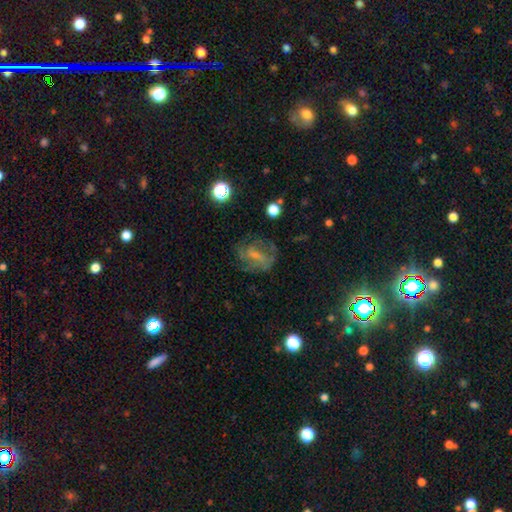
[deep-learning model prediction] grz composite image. It shows a featured or disk galaxy (55%) with a weak bar (43%), spiral arms (62%) and a small central bulge (41%). Merging: none (55%).